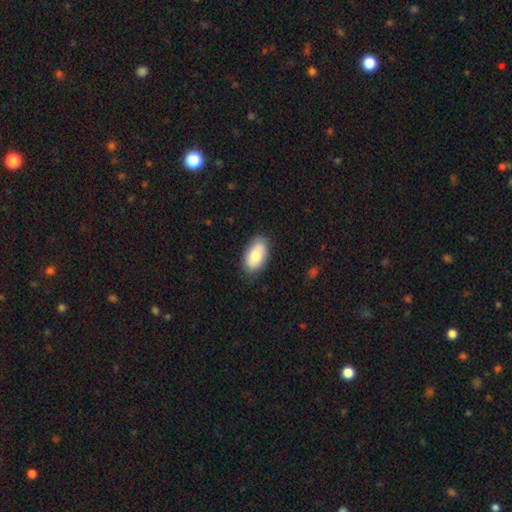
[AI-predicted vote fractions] The model was most divided on "smooth or featured": smooth: 70%, featured or disk: 23%, star or artifact: 6%. More confident: how rounded — in between (93%); merging — none (81%).